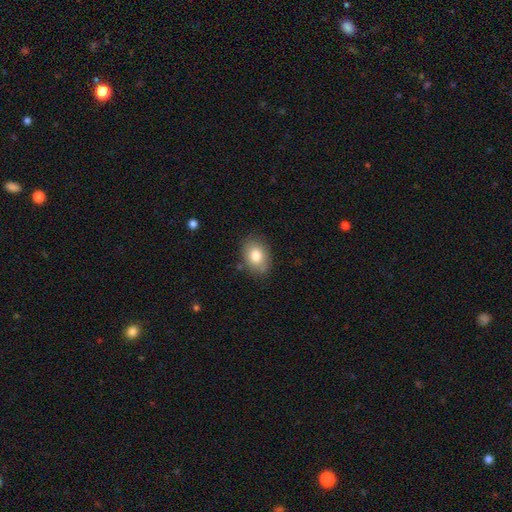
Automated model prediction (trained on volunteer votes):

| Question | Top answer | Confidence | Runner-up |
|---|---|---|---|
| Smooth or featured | smooth | 81% | featured or disk (11%) |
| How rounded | in between | 75% | round (24%) |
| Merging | none | 81% | minor disturbance (14%) |